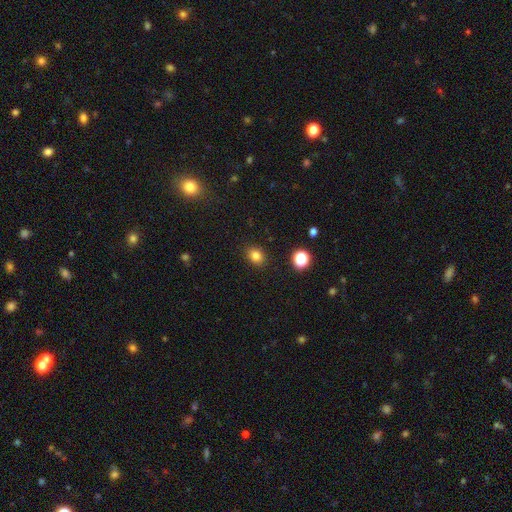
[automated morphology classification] smooth_or_featured: smooth (p=0.82) [alt: star or artifact p=0.13]
how_rounded: round (p=0.55) [alt: in between p=0.44]
merging: none (p=0.89) [alt: minor disturbance p=0.08]